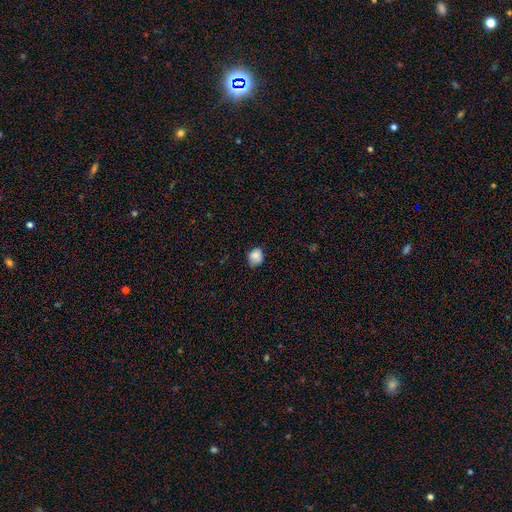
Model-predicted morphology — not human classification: This appears to be a smooth galaxy with no disk features (81%) that is in between round and cigar-shaped (51%). Merging: none (66%).